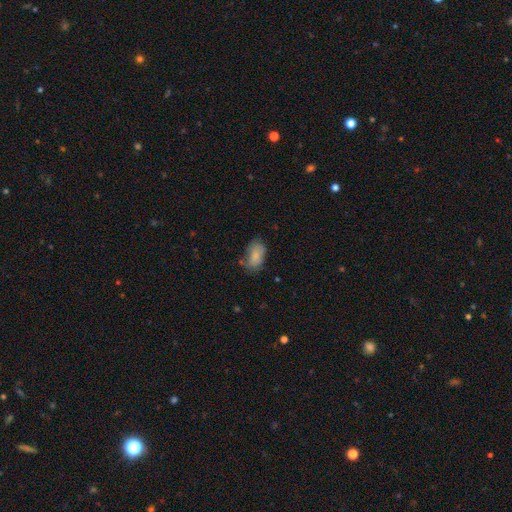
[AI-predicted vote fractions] Morphology: type=smooth (77%); roundness=in between (92%); merging=none (57%).